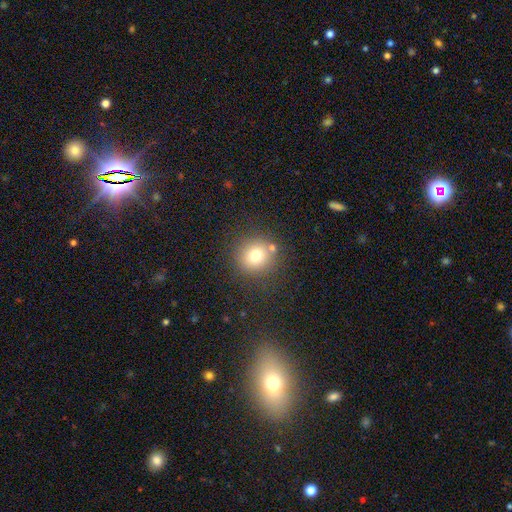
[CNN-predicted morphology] Smooth or featured? smooth (74%)
How rounded? round (90%)
Merging? none (78%)